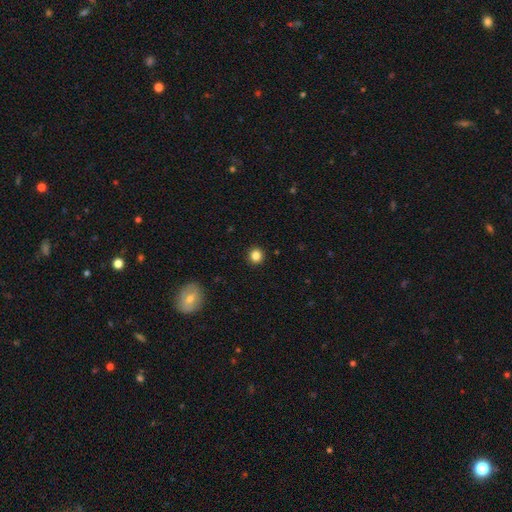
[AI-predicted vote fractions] The model was most divided on "smooth or featured": smooth: 84%, star or artifact: 11%, featured or disk: 4%. More confident: merging — none (92%); how rounded — round (92%).